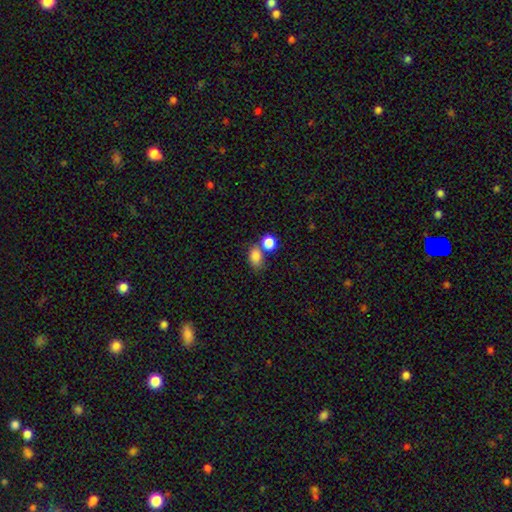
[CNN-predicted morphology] Smooth or featured? smooth (83%)
How rounded? in between (65%)
Merging? none (48%)